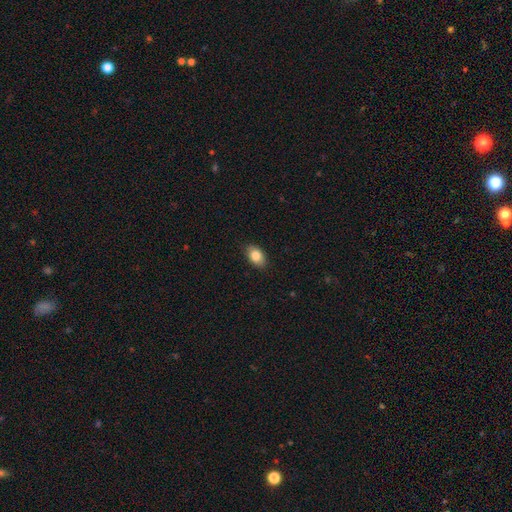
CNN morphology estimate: type=smooth (83%); roundness=in between (87%); merging=none (87%).